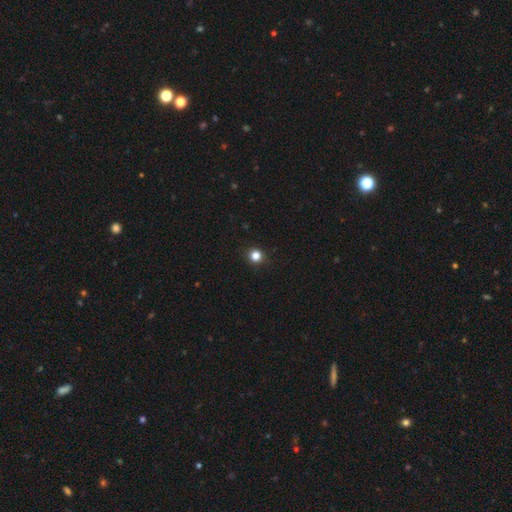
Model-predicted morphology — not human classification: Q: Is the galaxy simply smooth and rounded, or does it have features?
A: smooth — 84%.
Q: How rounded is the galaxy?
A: round — 94%.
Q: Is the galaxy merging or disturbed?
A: none — 92%.